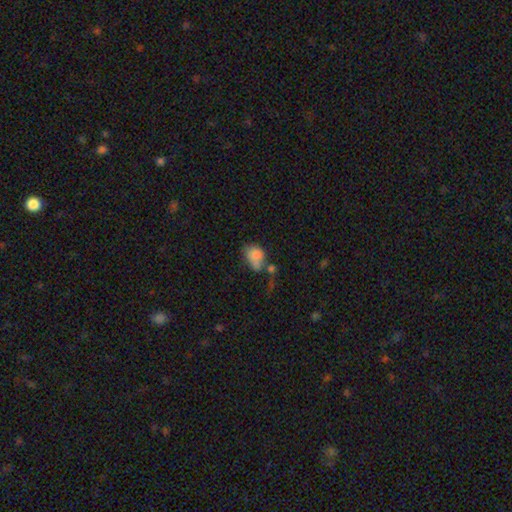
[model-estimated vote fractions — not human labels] This appears to be a smooth galaxy with no disk features (77%) that is in between round and cigar-shaped (69%). Merging: merger (31%).